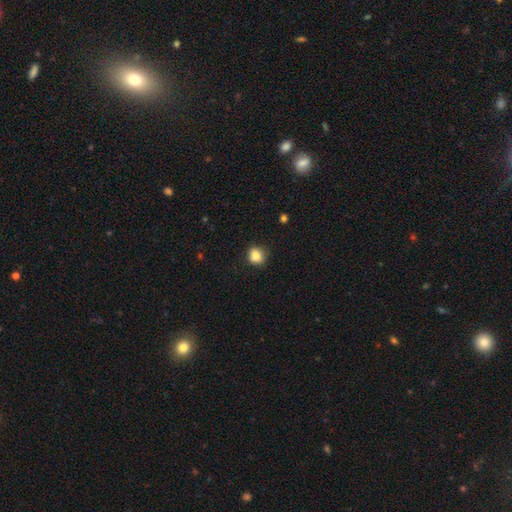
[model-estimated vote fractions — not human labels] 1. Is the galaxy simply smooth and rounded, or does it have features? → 83% smooth, 10% star or artifact, 7% featured or disk.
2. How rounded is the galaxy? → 74% round, 25% in between, 1% cigar-shaped.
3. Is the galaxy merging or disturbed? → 79% none, 16% minor disturbance, 3% major disturbance, 1% merger.